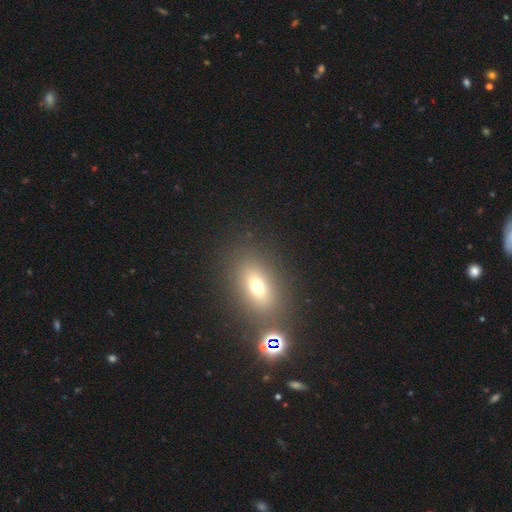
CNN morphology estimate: Smooth or featured? Predicted: smooth (p=0.60). How rounded? Predicted: in between (p=0.70). Merging? Predicted: none (p=0.72).